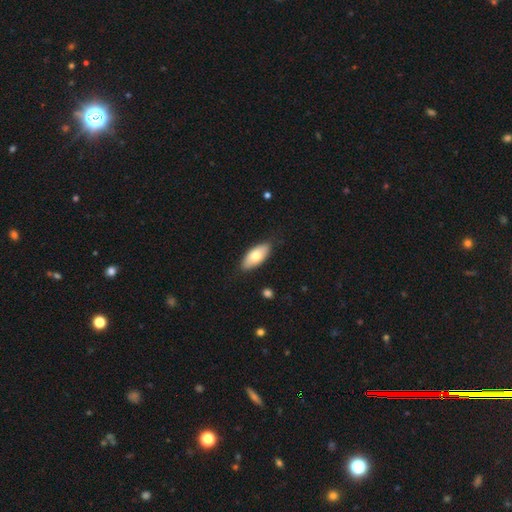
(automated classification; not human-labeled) smooth-or-featured: smooth: 72% | featured or disk: 23% | star or artifact: 6%
  how-rounded: in between: 89% | cigar-shaped: 8% | round: 2%
  merging: none: 84% | minor disturbance: 12% | major disturbance: 2% | merger: 1%